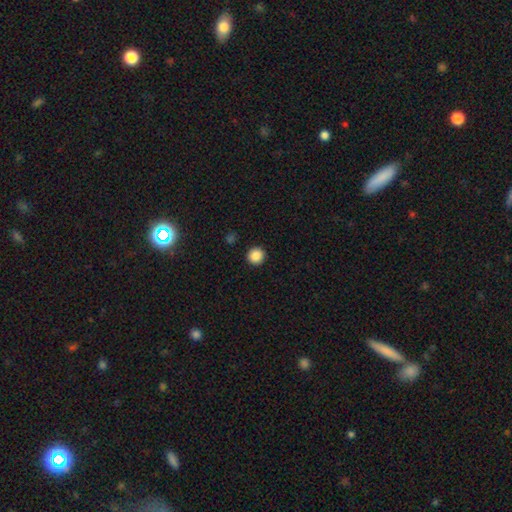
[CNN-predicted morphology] This appears to be a smooth galaxy with no disk features (87%) that is round (94%). Merging: none (92%).